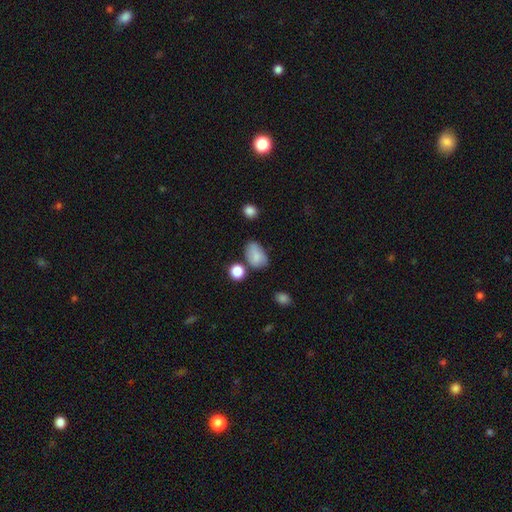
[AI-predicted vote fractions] Smooth or featured?
  - smooth: 81% *
  - featured or disk: 9%
  - star or artifact: 9%
How rounded?
  - in between: 85% *
  - round: 13%
  - cigar-shaped: 1%
Merging?
  - none: 58% *
  - minor disturbance: 25%
  - merger: 10%
  - major disturbance: 7%